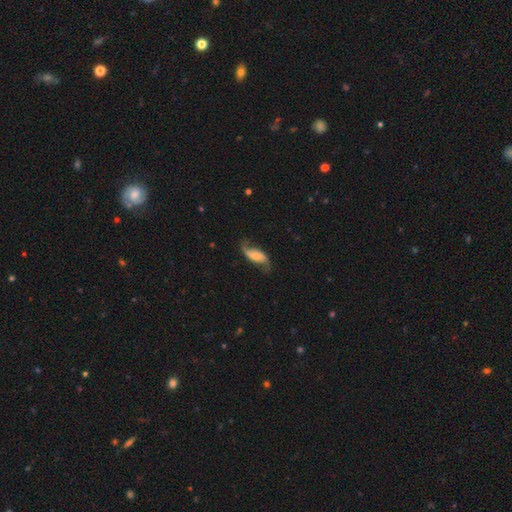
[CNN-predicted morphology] This appears to be a featured or disk galaxy (73%) with no bar (49%), 2 (90%) loose (74%) spiral arms (93%) and a small central bulge (49%). Merging: none (70%).